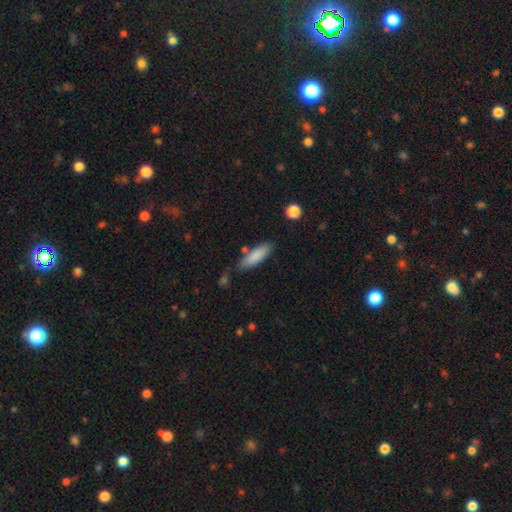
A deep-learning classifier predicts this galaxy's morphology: Smooth or featured: smooth — 85% (featured or disk — 9%)
How rounded: cigar-shaped — 51% (in between — 47%)
Merging: none — 74% (minor disturbance — 16%)